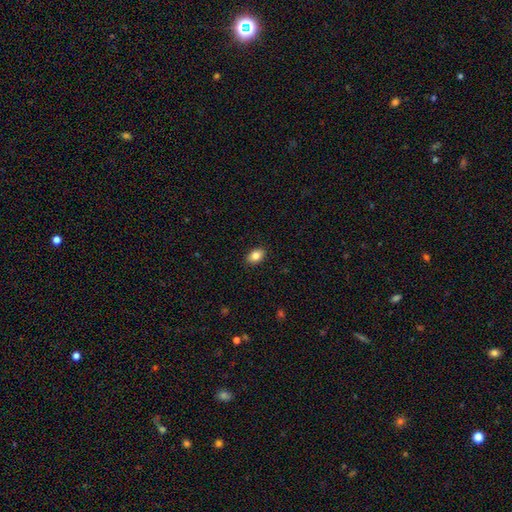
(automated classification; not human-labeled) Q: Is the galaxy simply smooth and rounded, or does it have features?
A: smooth — 85%.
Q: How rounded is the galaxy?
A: in between — 85%.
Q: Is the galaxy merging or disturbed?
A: none — 89%.